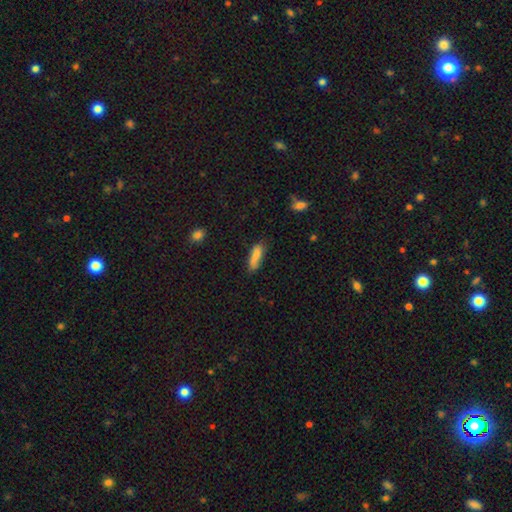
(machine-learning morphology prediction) smooth 84%, featured or disk 9%, star or artifact 7%. Down the decision tree: how rounded — cigar-shaped (58%); merging — none (69%).